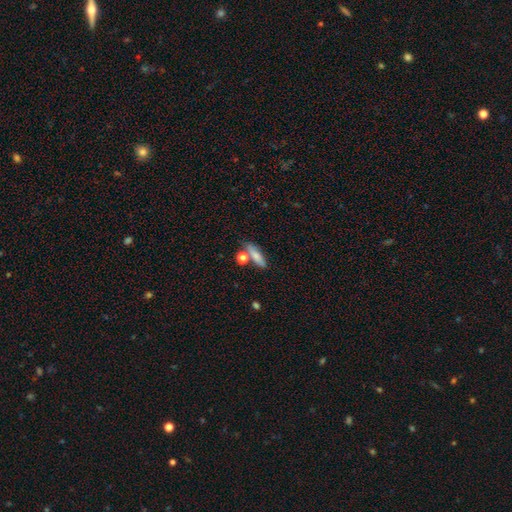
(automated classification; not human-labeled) This appears to be a smooth galaxy with no disk features (77%) that is cigar-shaped (52%). Merging: none (65%).